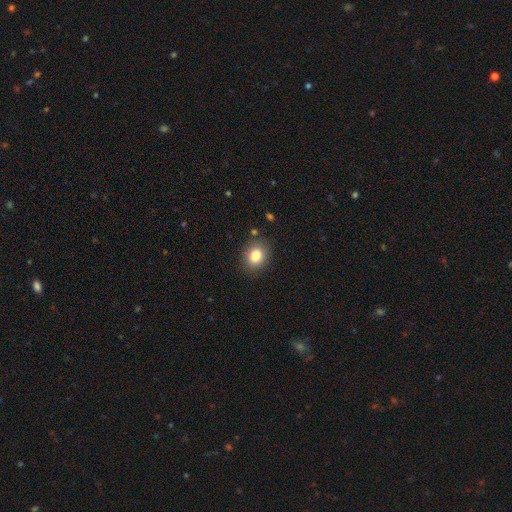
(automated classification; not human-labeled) smooth-or-featured: smooth: 84% | star or artifact: 9% | featured or disk: 6%
  how-rounded: round: 56% | in between: 43% | cigar-shaped: 1%
  merging: none: 86% | minor disturbance: 9% | major disturbance: 3% | merger: 2%